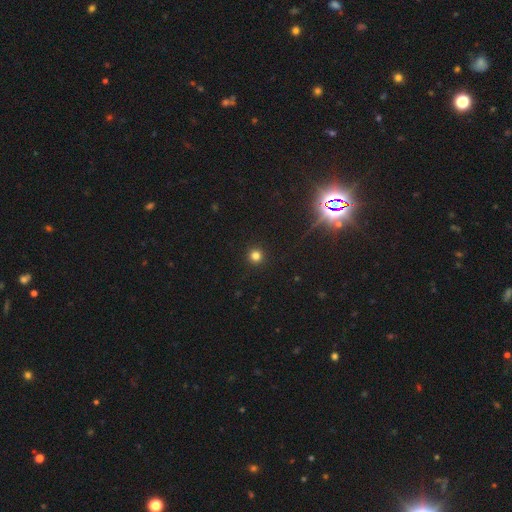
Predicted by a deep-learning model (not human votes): The model was most divided on "smooth or featured": smooth: 79%, star or artifact: 16%, featured or disk: 5%. More confident: how rounded — round (96%); merging — none (93%).